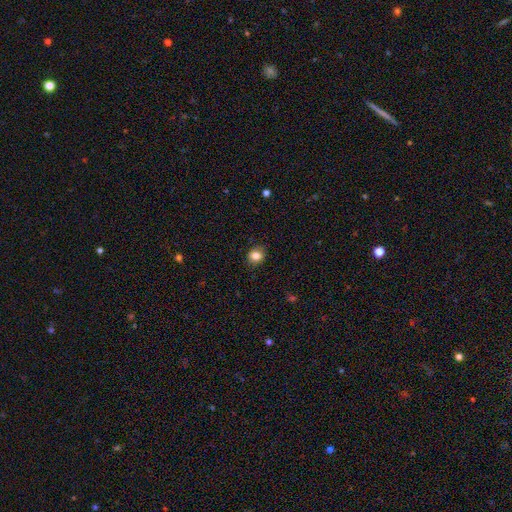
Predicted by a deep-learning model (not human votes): The model was most divided on "how rounded": round: 66%, in between: 34%, cigar-shaped: 1%. More confident: merging — none (87%); smooth or featured — smooth (84%).